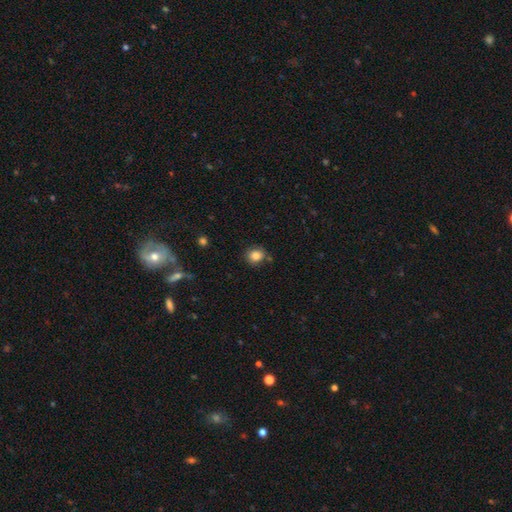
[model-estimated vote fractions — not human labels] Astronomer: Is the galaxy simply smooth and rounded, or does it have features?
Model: smooth — 84%.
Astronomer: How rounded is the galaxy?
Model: round — 77%.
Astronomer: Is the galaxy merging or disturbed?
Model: none — 80%.